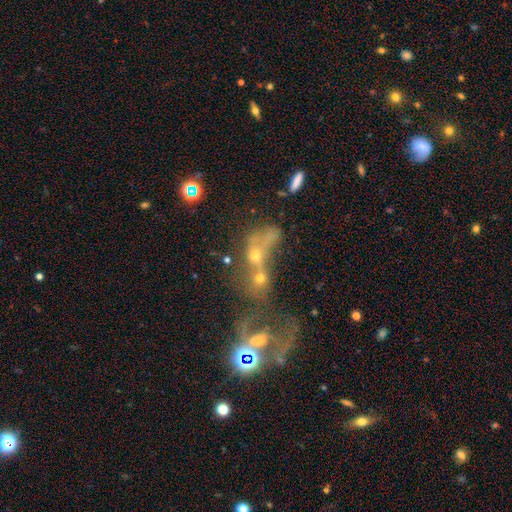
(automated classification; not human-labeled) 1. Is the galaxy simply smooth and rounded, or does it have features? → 38% featured or disk, 35% star or artifact, 27% smooth.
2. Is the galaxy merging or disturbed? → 58% merger, 19% major disturbance, 16% none, 7% minor disturbance.